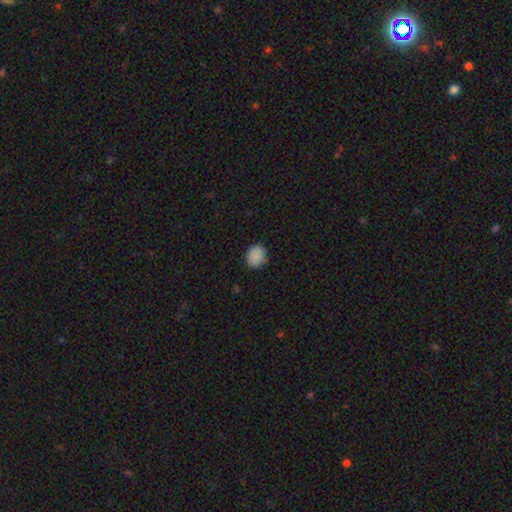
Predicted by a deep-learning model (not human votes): Smooth or featured?
  - smooth: 87% *
  - star or artifact: 9%
  - featured or disk: 4%
How rounded?
  - round: 55% *
  - in between: 44%
  - cigar-shaped: 1%
Merging?
  - none: 81% *
  - minor disturbance: 15%
  - major disturbance: 3%
  - merger: 1%